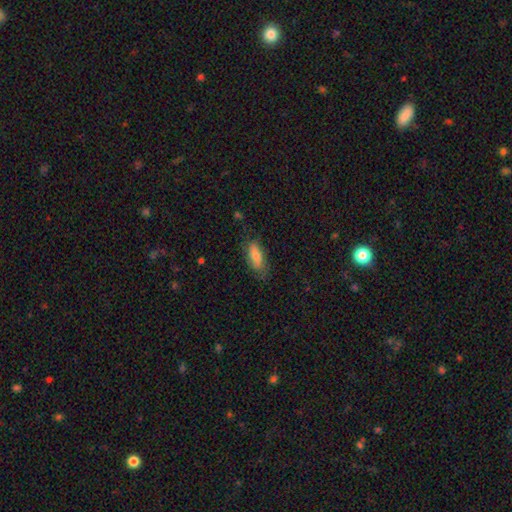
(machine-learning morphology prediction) The model was most divided on "how rounded": in between: 71%, cigar-shaped: 26%, round: 3%. More confident: merging — none (70%); smooth or featured — smooth (70%).